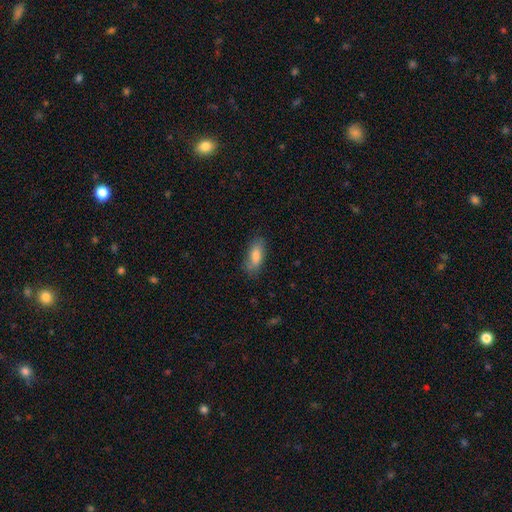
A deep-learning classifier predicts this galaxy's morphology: Q: Smooth or featured?
A: smooth (79%); runner-up: featured or disk (14%)
Q: How rounded?
A: in between (75%); runner-up: cigar-shaped (23%)
Q: Merging?
A: none (75%); runner-up: minor disturbance (19%)